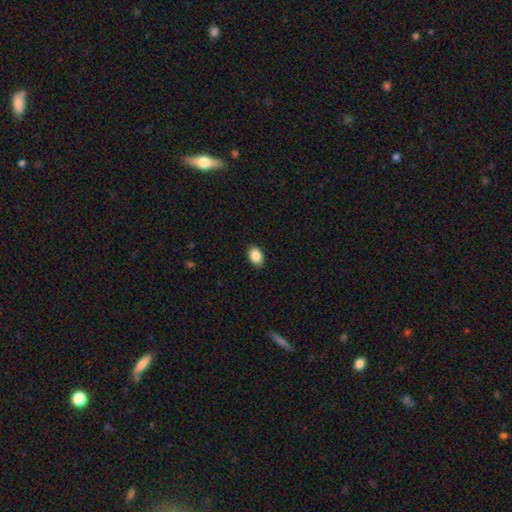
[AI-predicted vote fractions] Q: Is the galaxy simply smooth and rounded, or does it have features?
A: smooth — 87%.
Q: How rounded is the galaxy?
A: in between — 83%.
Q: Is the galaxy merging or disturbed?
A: none — 89%.